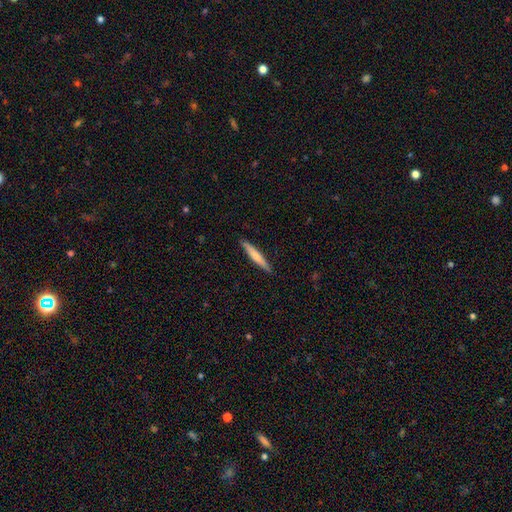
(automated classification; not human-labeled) smooth 60%, featured or disk 35%, star or artifact 5%. Down the decision tree: how rounded — cigar-shaped (94%); merging — none (89%).